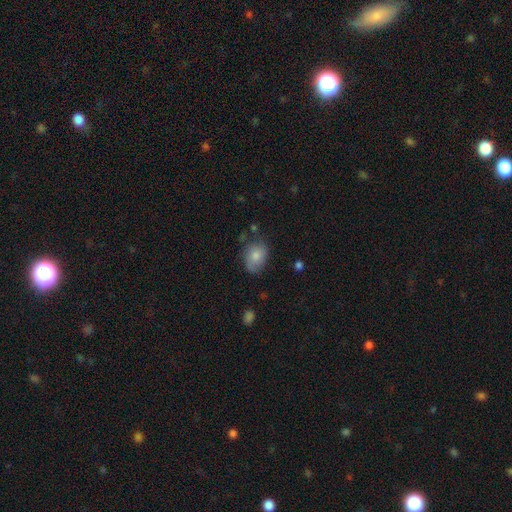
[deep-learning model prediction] smooth_or_featured: smooth (p=0.76) [alt: featured or disk p=0.16]
how_rounded: in between (p=0.68) [alt: round p=0.30]
merging: none (p=0.61) [alt: minor disturbance p=0.28]